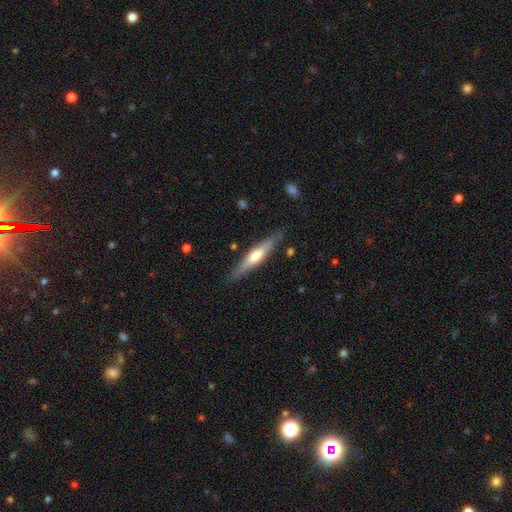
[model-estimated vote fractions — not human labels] Smooth or featured?
  - featured or disk: 49% *
  - smooth: 45%
  - star or artifact: 5%
Merging?
  - none: 84% *
  - minor disturbance: 12%
  - major disturbance: 3%
  - merger: 2%